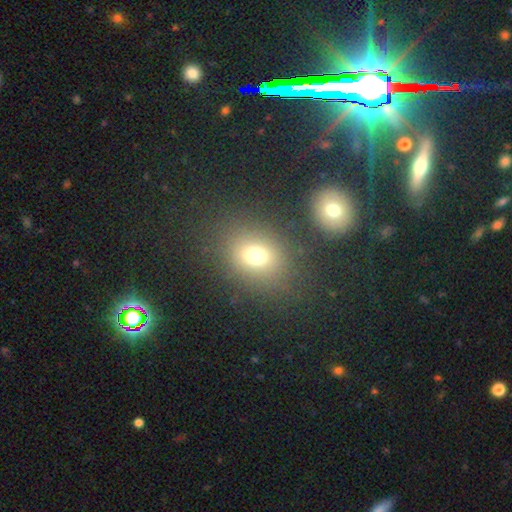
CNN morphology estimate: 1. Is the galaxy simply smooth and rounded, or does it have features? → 71% smooth, 18% star or artifact, 11% featured or disk.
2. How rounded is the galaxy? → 53% round, 45% in between, 1% cigar-shaped.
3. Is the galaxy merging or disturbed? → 77% none, 11% minor disturbance, 7% major disturbance, 6% merger.